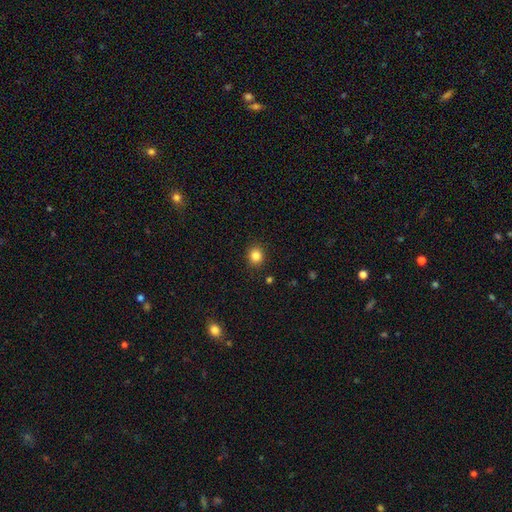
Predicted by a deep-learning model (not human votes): Smooth or featured? smooth (84%)
How rounded? round (83%)
Merging? none (90%)